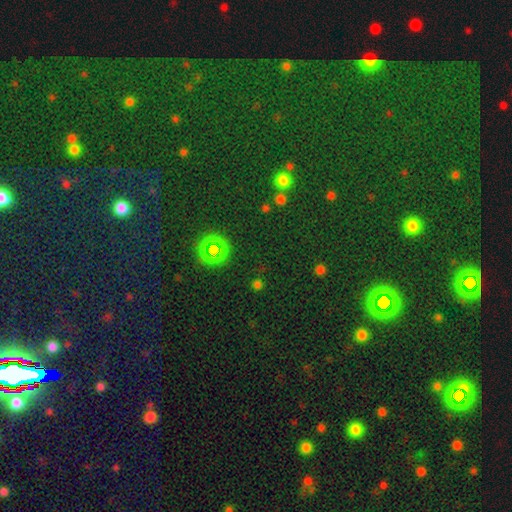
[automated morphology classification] type=star or artifact (49%).